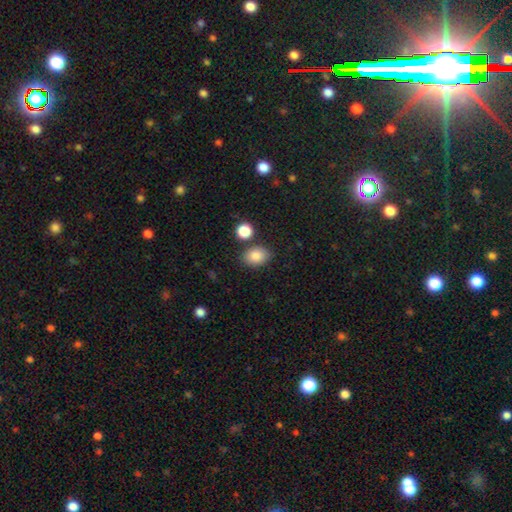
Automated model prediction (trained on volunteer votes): A smooth galaxy with no disk features (86%) that is in between round and cigar-shaped (72%).

Vote fractions:
- Smooth or featured? smooth: 86% / star or artifact: 9% / featured or disk: 5%
- How rounded? in between: 72% / round: 27% / cigar-shaped: 1%
- Merging? none: 79% / minor disturbance: 11% / merger: 7% / major disturbance: 3%